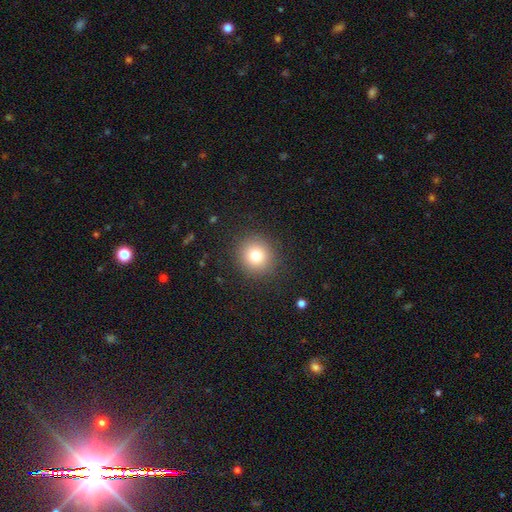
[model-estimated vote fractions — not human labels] Overall: smooth (77%). How rounded: round (90%). Merging: none (89%).